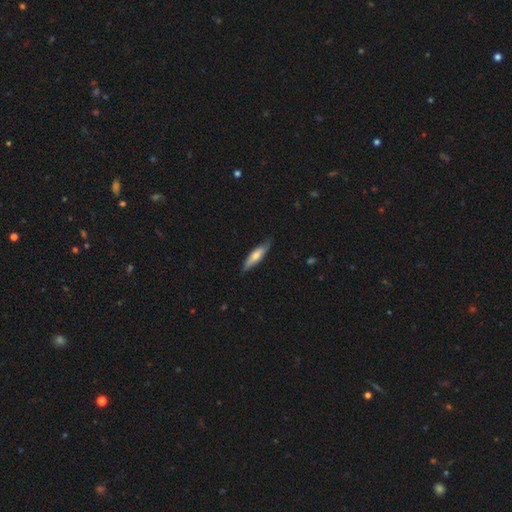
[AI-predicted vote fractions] A smooth galaxy with no disk features (66%) that is cigar-shaped (71%).

Vote fractions:
- Smooth or featured? smooth: 66% / featured or disk: 29% / star or artifact: 5%
- How rounded? cigar-shaped: 71% / in between: 28% / round: 2%
- Merging? none: 80% / minor disturbance: 17% / major disturbance: 2% / merger: 1%